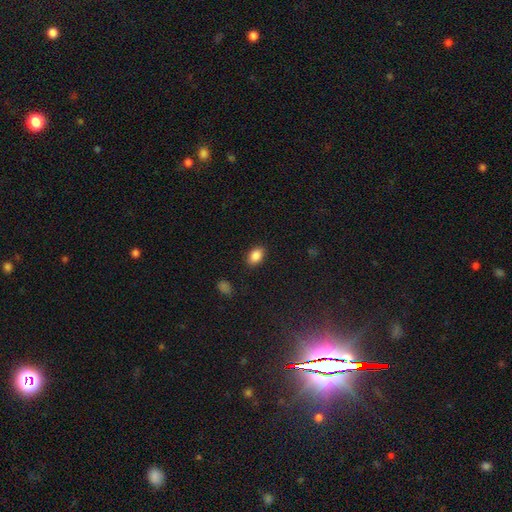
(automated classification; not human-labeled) smooth_or_featured: smooth (p=0.87) [alt: star or artifact p=0.09]
how_rounded: in between (p=0.84) [alt: round p=0.15]
merging: none (p=0.87) [alt: minor disturbance p=0.09]